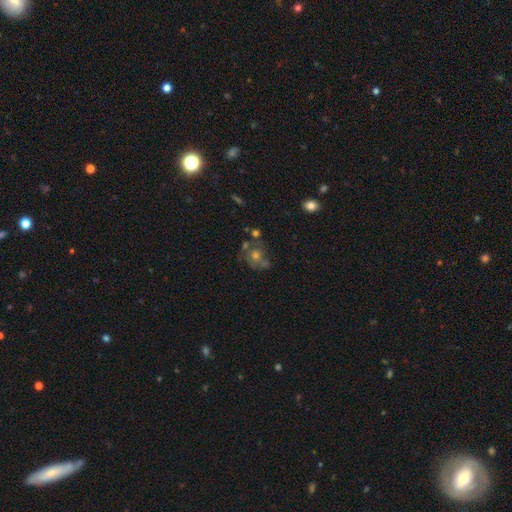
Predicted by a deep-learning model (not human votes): Smooth or featured?
  - featured or disk: 45% *
  - smooth: 34%
  - star or artifact: 22%
Merging?
  - none: 52% *
  - minor disturbance: 18%
  - merger: 17%
  - major disturbance: 13%